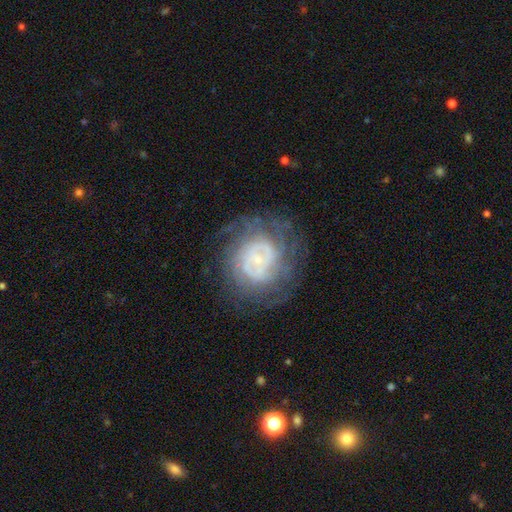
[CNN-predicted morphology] featured or disk 68%, smooth 22%, star or artifact 10%. Down the decision tree: edge-on disk — no (97%); bar — no (64%); spiral arms — yes (77%); spiral arm count — can't tell (53%); spiral winding — tight (68%); bulge size — small (72%); merging — none (75%).